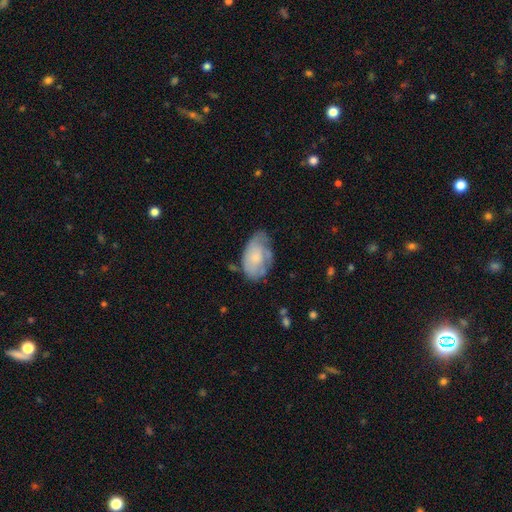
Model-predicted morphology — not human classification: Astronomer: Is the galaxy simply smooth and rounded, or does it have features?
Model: smooth — 54% (runner-up: featured or disk, 39%).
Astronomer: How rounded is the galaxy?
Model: in between — 90%.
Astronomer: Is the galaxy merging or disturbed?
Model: none — 48% (runner-up: minor disturbance, 34%).